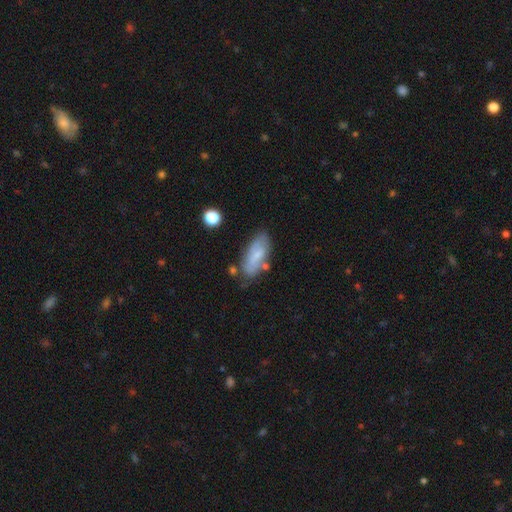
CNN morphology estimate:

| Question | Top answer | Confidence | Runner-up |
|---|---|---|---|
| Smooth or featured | smooth | 61% | featured or disk (32%) |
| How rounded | in between | 79% | cigar-shaped (19%) |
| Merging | none | 65% | minor disturbance (22%) |